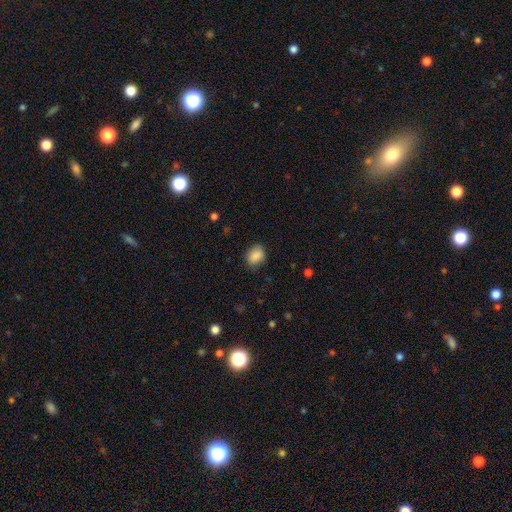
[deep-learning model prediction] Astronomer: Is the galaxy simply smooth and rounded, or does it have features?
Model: smooth — 87%.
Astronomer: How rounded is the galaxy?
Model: in between — 62%.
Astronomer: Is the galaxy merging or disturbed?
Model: none — 82%.